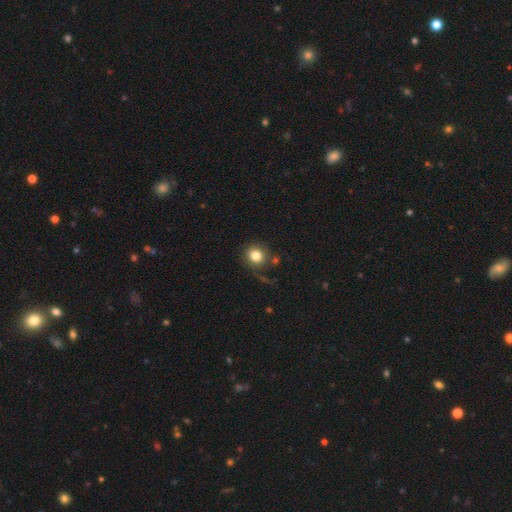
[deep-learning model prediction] smooth-or-featured: smooth: 82% | star or artifact: 10% | featured or disk: 8%
  how-rounded: round: 88% | in between: 11% | cigar-shaped: 1%
  merging: none: 73% | minor disturbance: 13% | major disturbance: 8% | merger: 6%